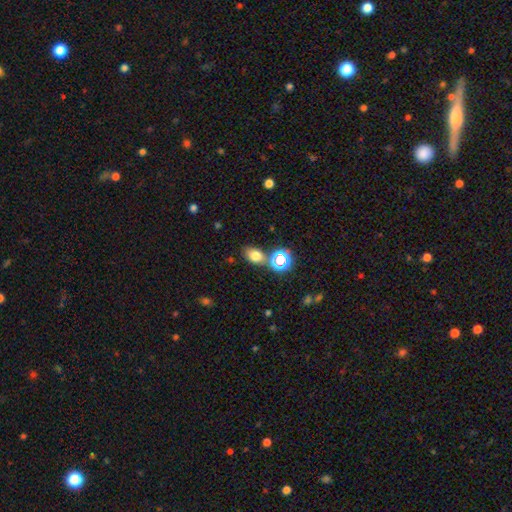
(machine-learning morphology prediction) smooth 70%, star or artifact 21%, featured or disk 9%. Down the decision tree: how rounded — in between (71%); merging — none (70%).